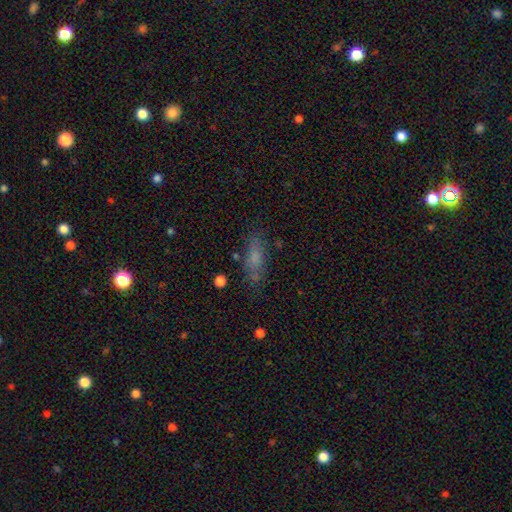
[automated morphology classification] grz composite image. It shows a smooth galaxy with no disk features (64%) that is cigar-shaped (52%). Merging: none (76%).